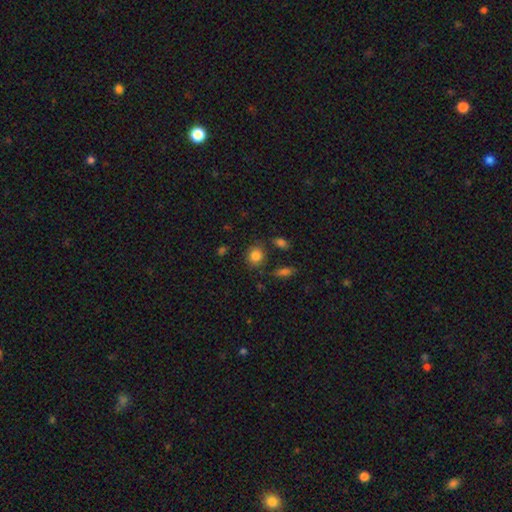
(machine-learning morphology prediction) Overall: smooth (84%). How rounded: round (74%). Merging: none (78%).